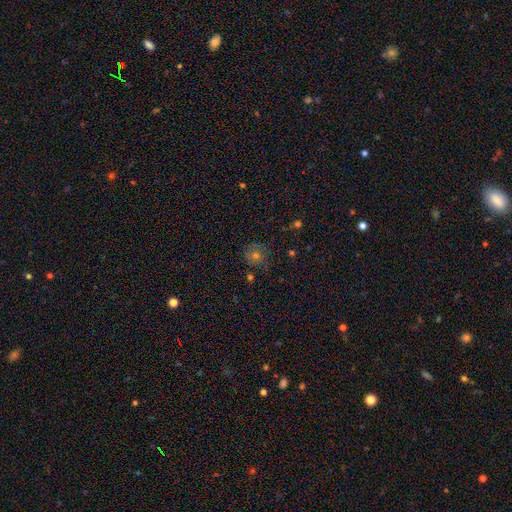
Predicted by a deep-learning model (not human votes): Smooth or featured? Predicted: smooth (p=0.53). How rounded? Predicted: round (p=0.90). Merging? Predicted: none (p=0.78).